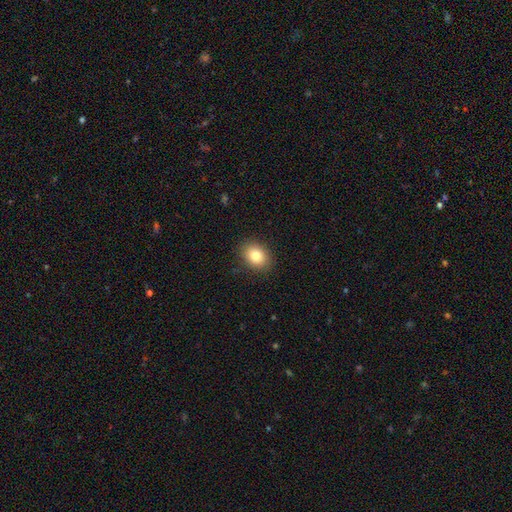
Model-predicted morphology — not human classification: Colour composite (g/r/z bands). It shows a smooth galaxy with no disk features (83%) that is in between round and cigar-shaped (65%). Merging: none (89%).